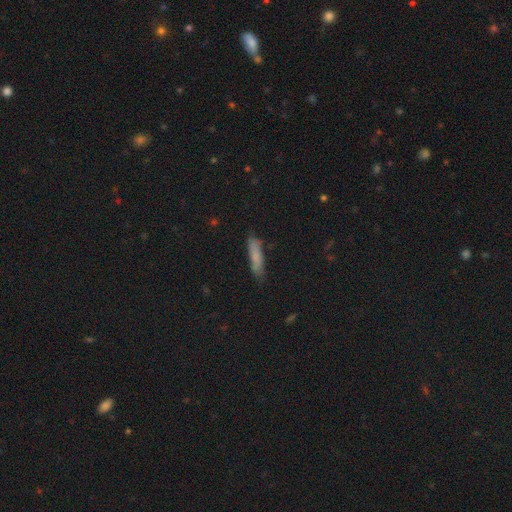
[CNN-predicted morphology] Smooth or featured: smooth — 77% (featured or disk — 16%)
How rounded: cigar-shaped — 80% (in between — 19%)
Merging: none — 75% (minor disturbance — 19%)